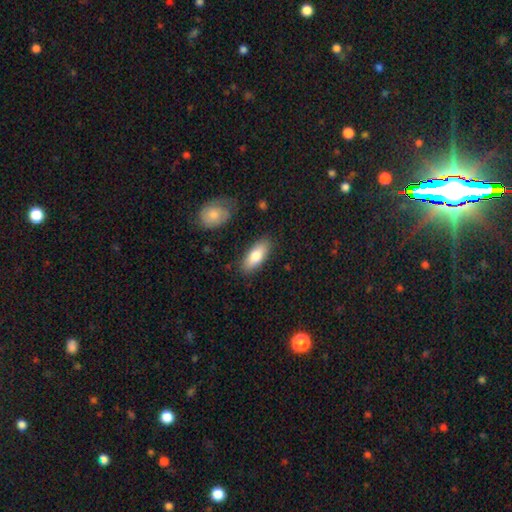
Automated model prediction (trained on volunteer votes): A smooth galaxy with no disk features (79%) that is in between round and cigar-shaped (80%). Merging: none (84%).